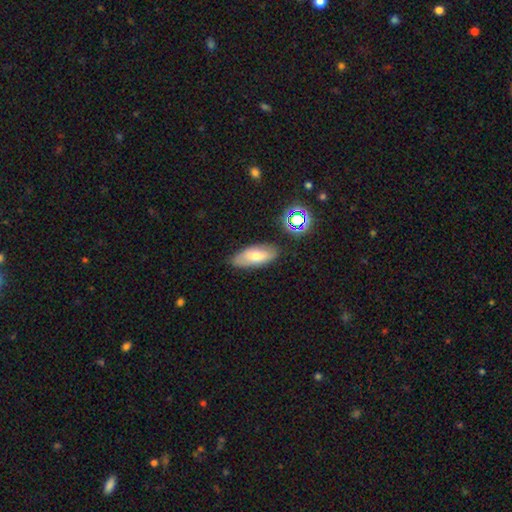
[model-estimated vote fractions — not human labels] smooth 63%, featured or disk 27%, star or artifact 10%. Down the decision tree: how rounded — in between (83%); merging — none (79%).